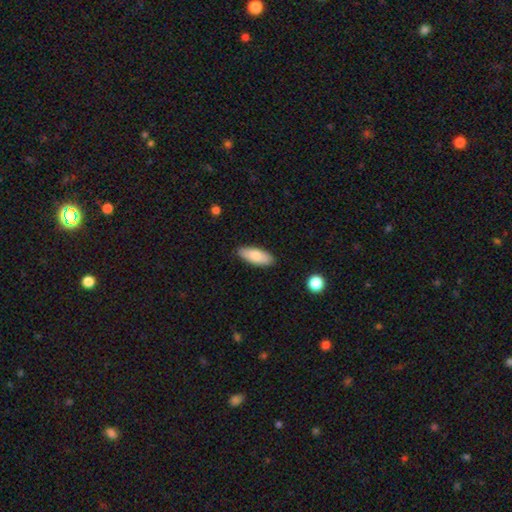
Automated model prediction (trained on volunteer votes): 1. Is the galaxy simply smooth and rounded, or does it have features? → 82% smooth, 12% featured or disk, 6% star or artifact.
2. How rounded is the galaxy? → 77% in between, 21% cigar-shaped, 2% round.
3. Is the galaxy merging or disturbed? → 87% none, 10% minor disturbance, 2% major disturbance, 1% merger.